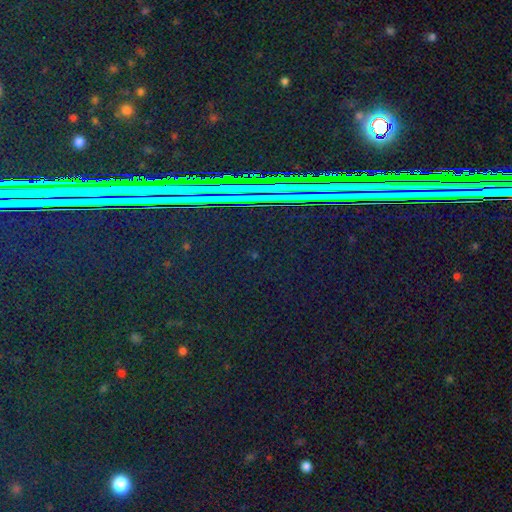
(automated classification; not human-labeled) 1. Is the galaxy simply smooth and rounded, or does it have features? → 83% star or artifact, 10% smooth, 7% featured or disk.